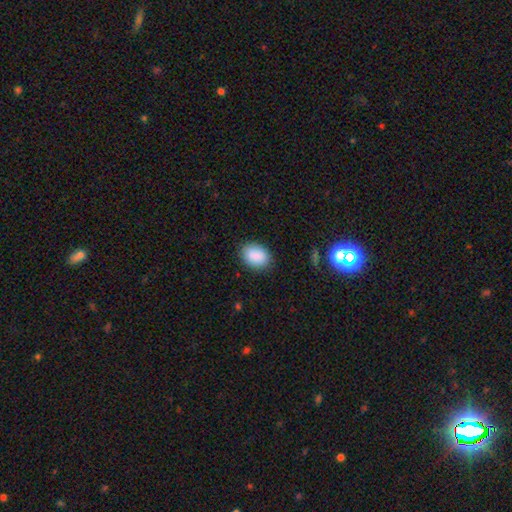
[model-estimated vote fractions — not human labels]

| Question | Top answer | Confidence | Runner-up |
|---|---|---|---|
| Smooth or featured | smooth | 89% | star or artifact (7%) |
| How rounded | in between | 72% | round (27%) |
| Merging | none | 85% | minor disturbance (11%) |